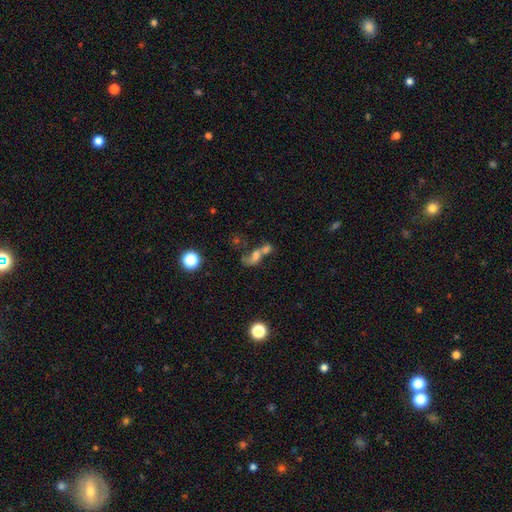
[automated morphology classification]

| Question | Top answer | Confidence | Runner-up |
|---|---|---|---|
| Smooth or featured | smooth | 48% | featured or disk (35%) |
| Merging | merger | 65% | none (14%) |